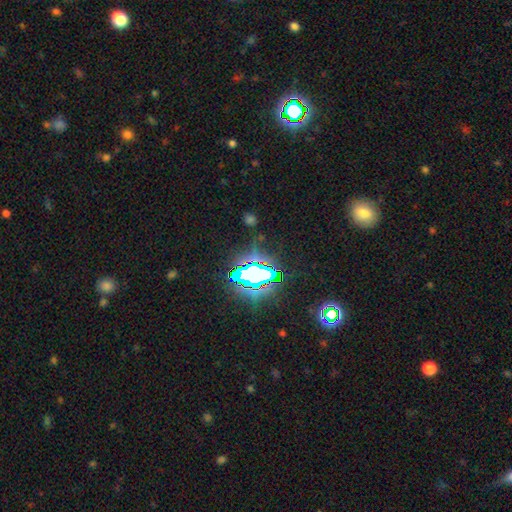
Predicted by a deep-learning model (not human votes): This is likely a star or artifact rather than a galaxy (70%).